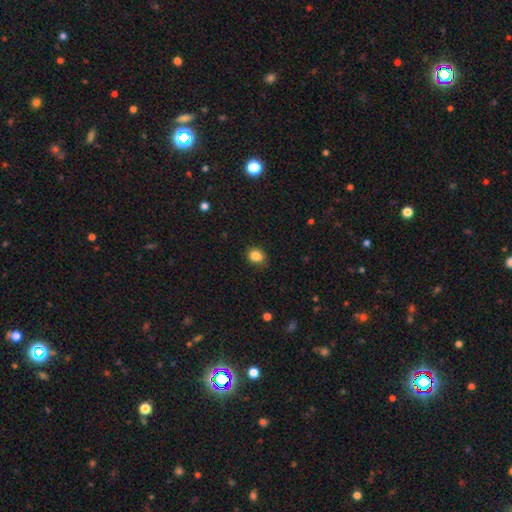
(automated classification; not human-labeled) smooth_or_featured: smooth (p=0.84) [alt: star or artifact p=0.11]
how_rounded: round (p=0.59) [alt: in between p=0.40]
merging: none (p=0.69) [alt: minor disturbance p=0.23]